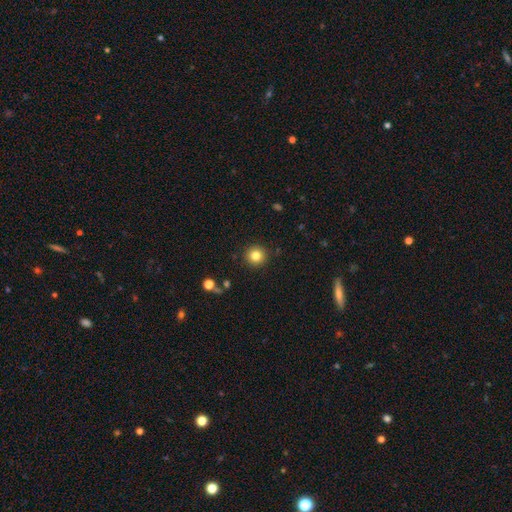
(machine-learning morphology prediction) Q: Smooth or featured?
A: smooth (82%); runner-up: star or artifact (12%)
Q: How rounded?
A: round (94%); runner-up: in between (5%)
Q: Merging?
A: none (91%); runner-up: minor disturbance (5%)